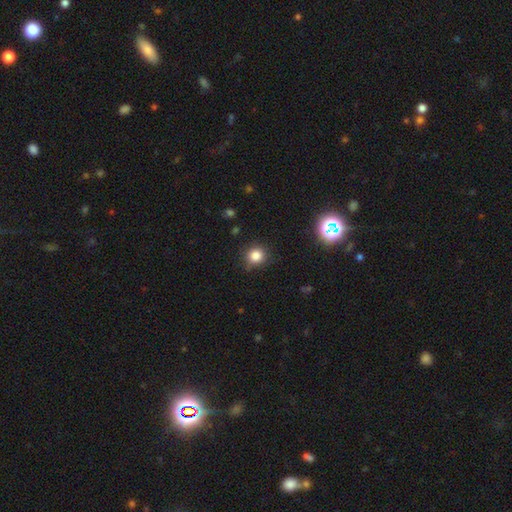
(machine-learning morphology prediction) This appears to be a smooth galaxy with no disk features (81%) that is round (88%). Merging: none (82%).